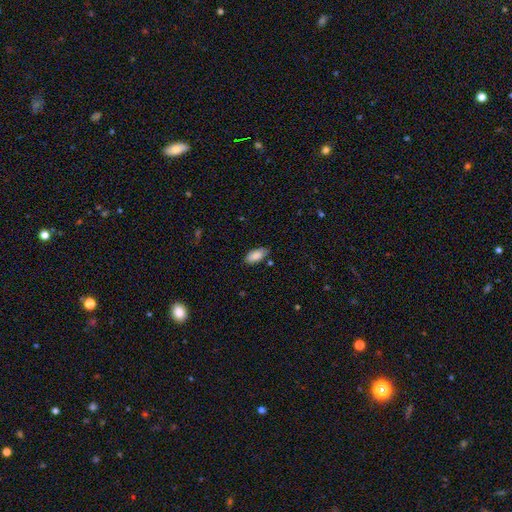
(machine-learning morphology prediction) smooth-or-featured: smooth: 87% | star or artifact: 7% | featured or disk: 6%
  how-rounded: in between: 90% | cigar-shaped: 8% | round: 2%
  merging: none: 77% | minor disturbance: 18% | major disturbance: 3% | merger: 2%